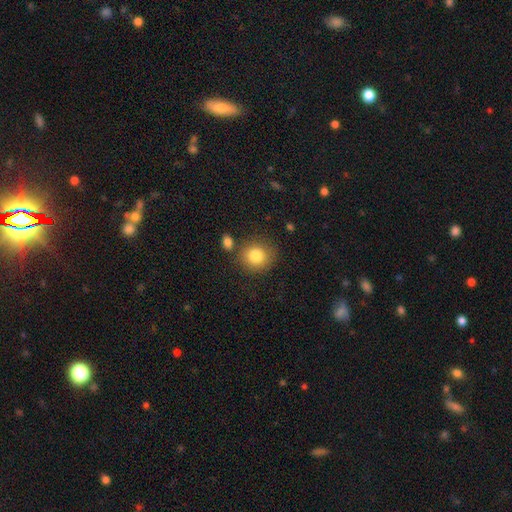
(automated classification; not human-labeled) Overall: smooth (82%). How rounded: round (83%). Merging: none (78%).